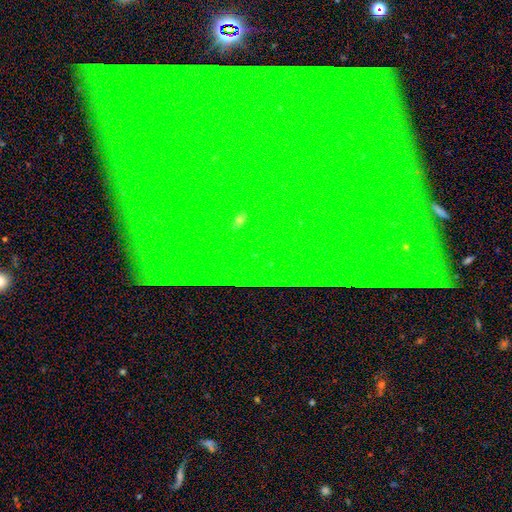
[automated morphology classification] This is clearly a star or artifact rather than a galaxy (85%).